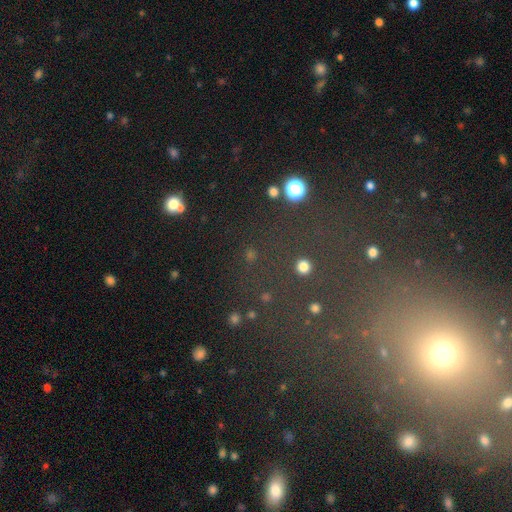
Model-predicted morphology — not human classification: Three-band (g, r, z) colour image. It shows a star or artifact, not a galaxy (60%).